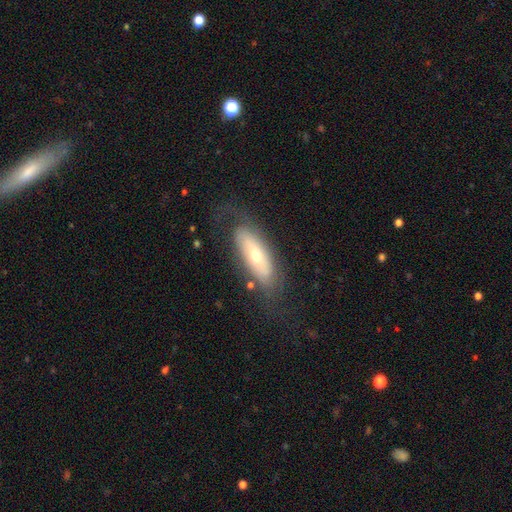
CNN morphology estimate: Smooth or featured? featured or disk (50%)
Edge-on disk? no (73%)
Merging? none (63%)